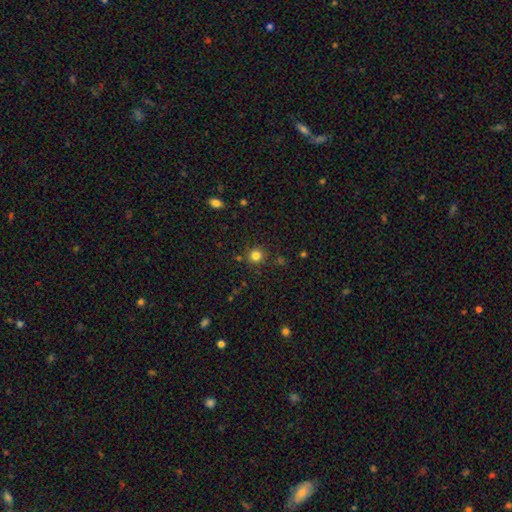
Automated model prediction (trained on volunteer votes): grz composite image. It shows a smooth galaxy with no disk features (81%) that is round (93%). Merging: none (86%).